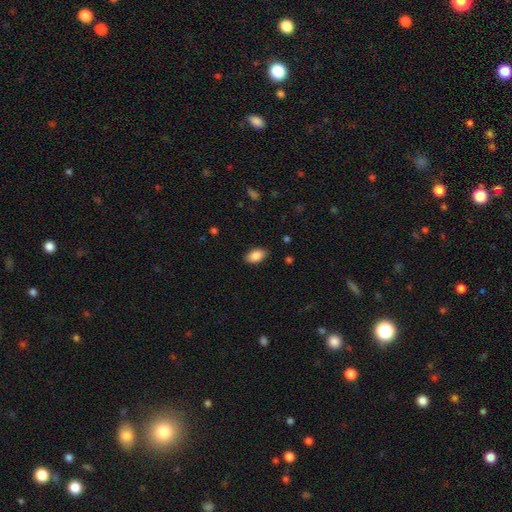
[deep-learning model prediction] Morphology: type=smooth (87%); roundness=in between (92%); merging=none (86%).